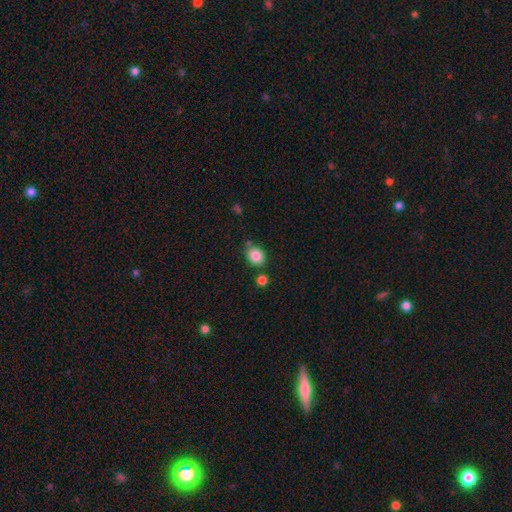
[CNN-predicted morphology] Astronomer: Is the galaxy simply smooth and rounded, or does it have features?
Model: smooth — 86%.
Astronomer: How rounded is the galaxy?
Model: in between — 60% (runner-up: round, 39%).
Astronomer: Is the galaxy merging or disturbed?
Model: none — 72%.